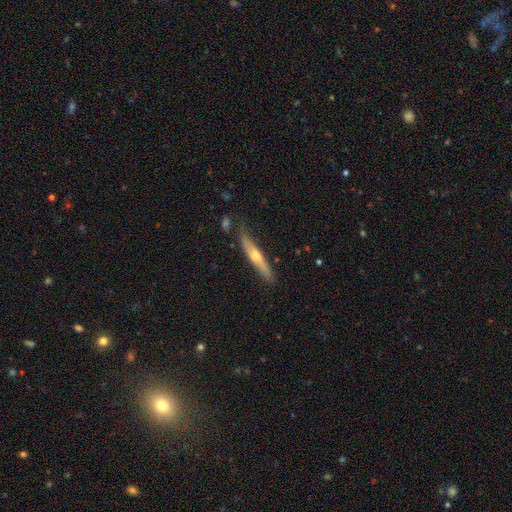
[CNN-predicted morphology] type=featured or disk (64%); edge-on=yes (93%); edge-on bulge=rounded (89%); merging=none (78%).